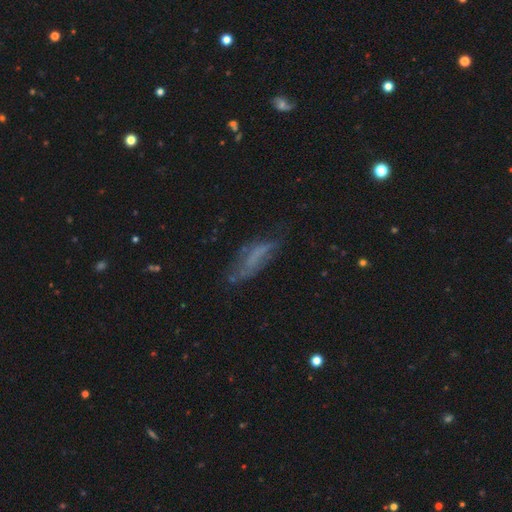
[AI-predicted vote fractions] This appears to be a featured or disk galaxy (46%). Merging: none (45%).